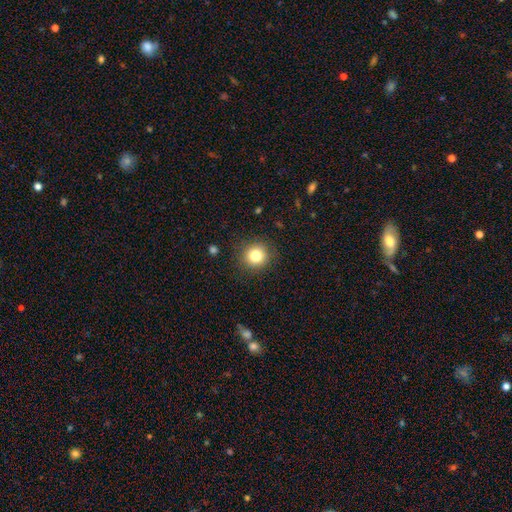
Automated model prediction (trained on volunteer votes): The model was most divided on "smooth or featured": smooth: 80%, star or artifact: 12%, featured or disk: 8%. More confident: how rounded — round (92%); merging — none (90%).